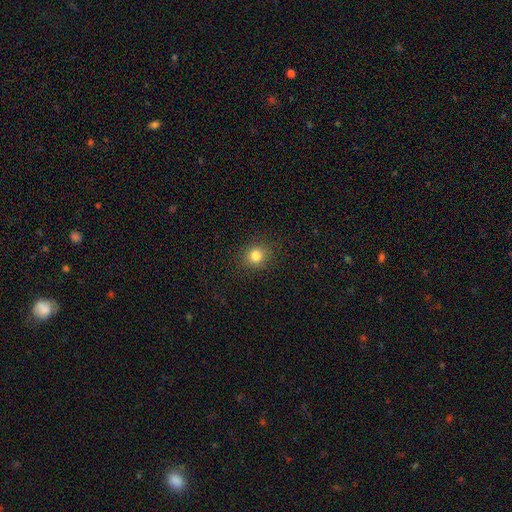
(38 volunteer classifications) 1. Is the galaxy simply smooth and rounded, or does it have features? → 89% smooth, 5% featured or disk, 5% star or artifact.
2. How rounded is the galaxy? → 74% round, 26% in between, 0% cigar-shaped.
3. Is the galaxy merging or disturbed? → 83% none, 11% minor disturbance, 6% major disturbance, 0% merger.